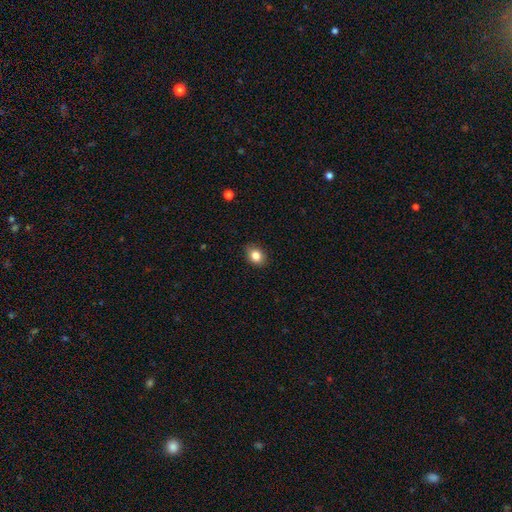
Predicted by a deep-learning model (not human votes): Overall: smooth (84%). How rounded: in between (57%; round 42%). Merging: none (87%).